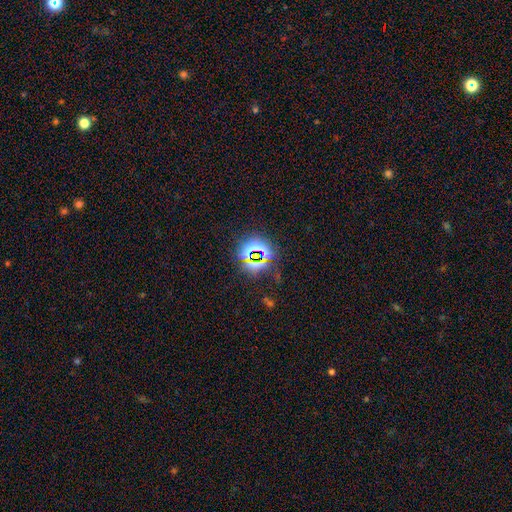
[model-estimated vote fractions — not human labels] smooth-or-featured: star or artifact: 72% | smooth: 19% | featured or disk: 9%